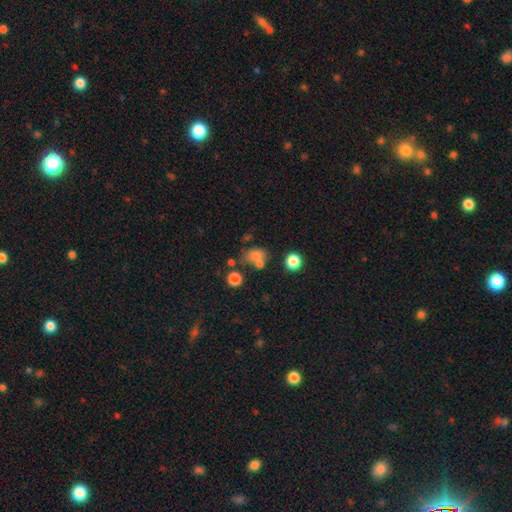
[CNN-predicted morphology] smooth-or-featured: smooth: 71% | star or artifact: 17% | featured or disk: 12%
  how-rounded: in between: 54% | round: 44% | cigar-shaped: 1%
  merging: none: 47% | merger: 29% | minor disturbance: 16% | major disturbance: 8%